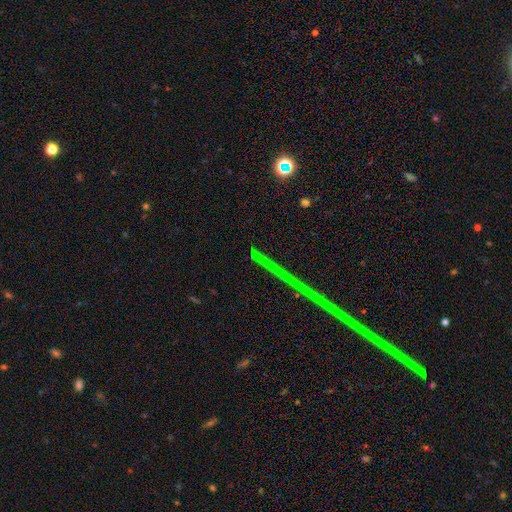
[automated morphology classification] The model was most divided on "smooth or featured": star or artifact: 76%, featured or disk: 13%, smooth: 11%.